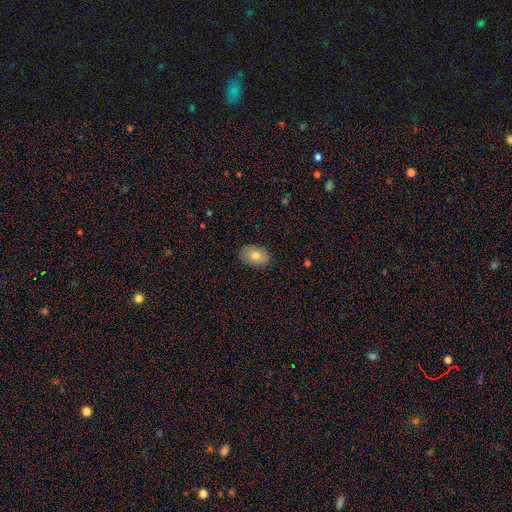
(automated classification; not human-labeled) Smooth or featured? Predicted: smooth (p=0.77). How rounded? Predicted: in between (p=0.85). Merging? Predicted: none (p=0.87).